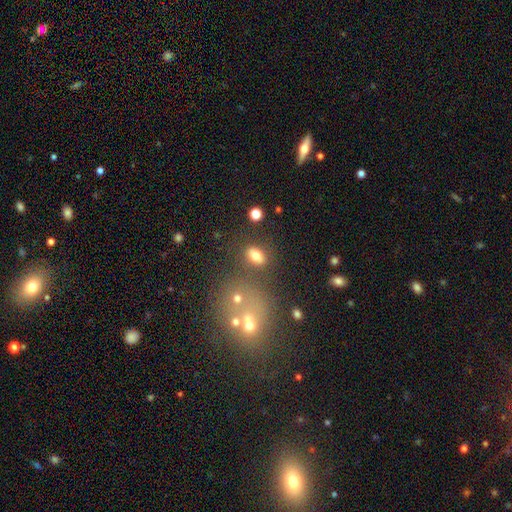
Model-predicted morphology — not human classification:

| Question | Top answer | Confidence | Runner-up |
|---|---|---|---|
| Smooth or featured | smooth | 75% | featured or disk (12%) |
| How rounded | in between | 81% | round (16%) |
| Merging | none | 73% | minor disturbance (13%) |